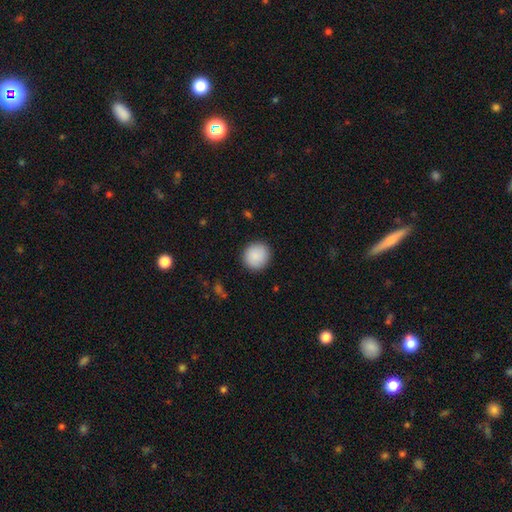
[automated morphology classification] A smooth galaxy with no disk features (89%) that is round (91%).

Vote fractions:
- Smooth or featured? smooth: 89% / star or artifact: 7% / featured or disk: 4%
- How rounded? round: 91% / in between: 8% / cigar-shaped: 1%
- Merging? none: 90% / minor disturbance: 7% / major disturbance: 2% / merger: 1%